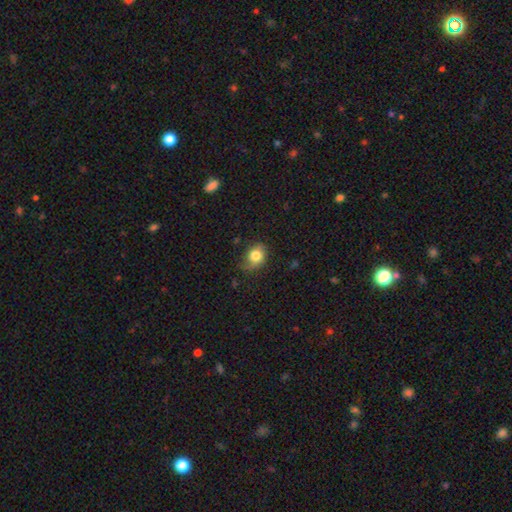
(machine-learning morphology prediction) type=smooth (78%); roundness=in between (57%); merging=none (63%).